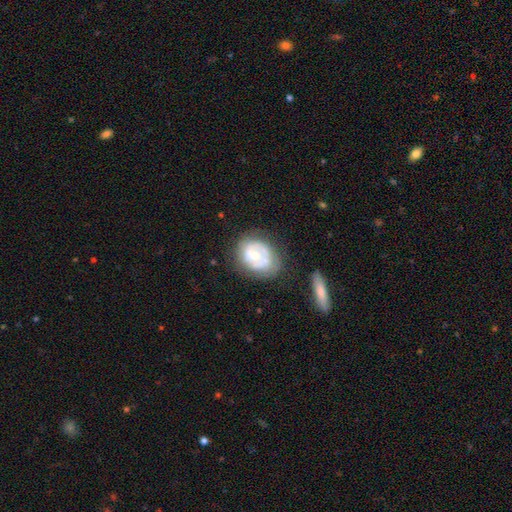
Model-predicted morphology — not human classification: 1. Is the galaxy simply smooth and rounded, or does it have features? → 57% featured or disk, 36% smooth, 7% star or artifact.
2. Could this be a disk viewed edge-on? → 97% no, 3% yes.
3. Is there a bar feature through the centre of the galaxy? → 71% no, 23% weak, 5% strong.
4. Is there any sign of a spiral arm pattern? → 55% no, 45% yes.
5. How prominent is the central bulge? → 48% moderate, 42% small, 5% none, 4% large, 1% dominant.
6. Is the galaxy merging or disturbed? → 51% none, 26% minor disturbance, 15% major disturbance, 8% merger.